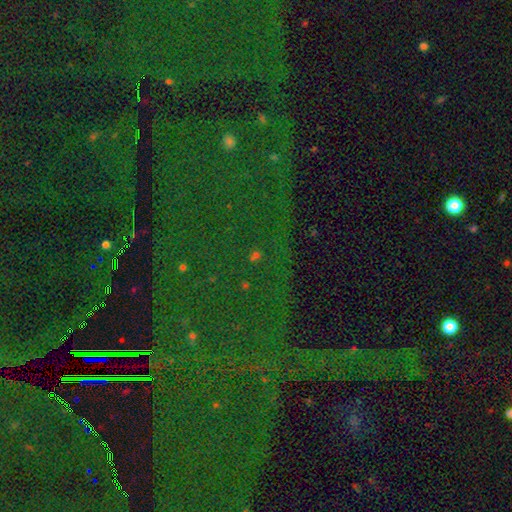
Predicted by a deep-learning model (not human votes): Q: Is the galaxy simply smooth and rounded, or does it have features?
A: star or artifact — 64%.